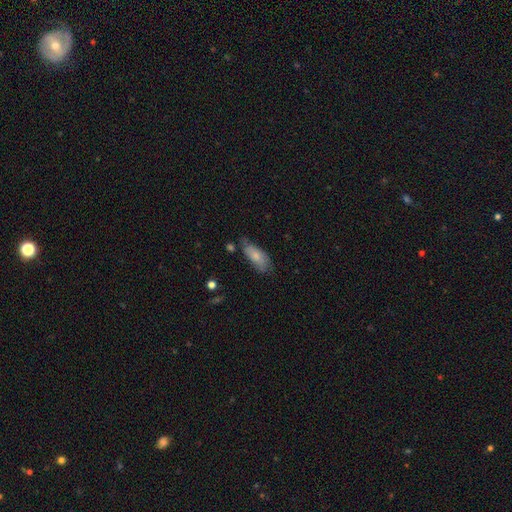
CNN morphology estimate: Q: Smooth or featured?
A: smooth (74%); runner-up: featured or disk (19%)
Q: How rounded?
A: in between (80%); runner-up: cigar-shaped (18%)
Q: Merging?
A: none (53%); runner-up: minor disturbance (34%)